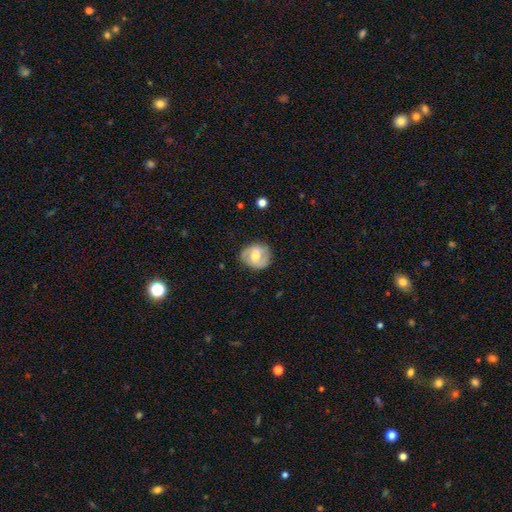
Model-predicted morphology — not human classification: Overall: featured or disk (49%; smooth 44%). Merging: none (76%).